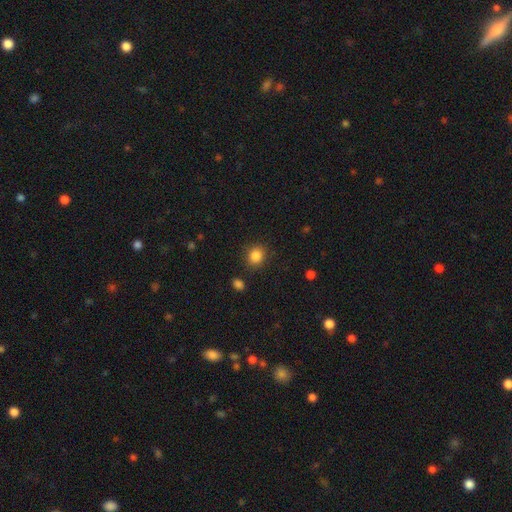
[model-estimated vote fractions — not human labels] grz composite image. It shows a smooth galaxy with no disk features (85%) that is round (78%). Merging: none (85%).